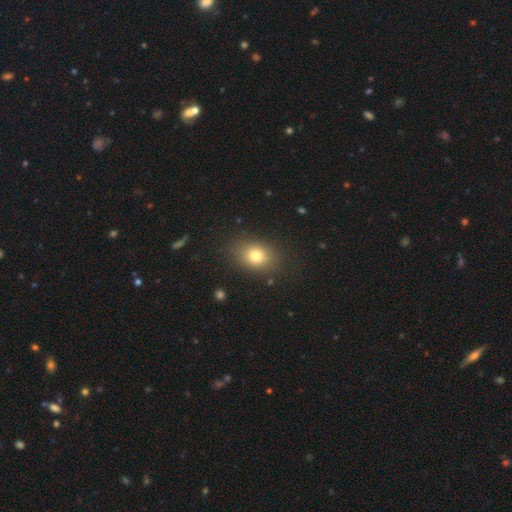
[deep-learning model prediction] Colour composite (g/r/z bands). It shows a smooth galaxy with no disk features (79%) that is in between round and cigar-shaped (61%). Merging: none (84%).